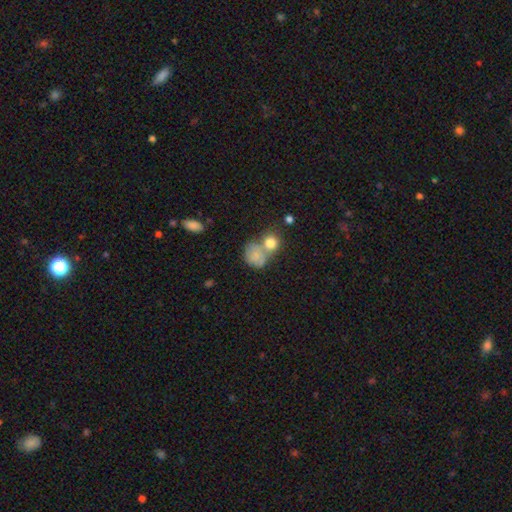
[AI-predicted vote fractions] Overall: smooth (77%). How rounded: round (58%; in between 40%). Merging: merger (45%; none 32%).